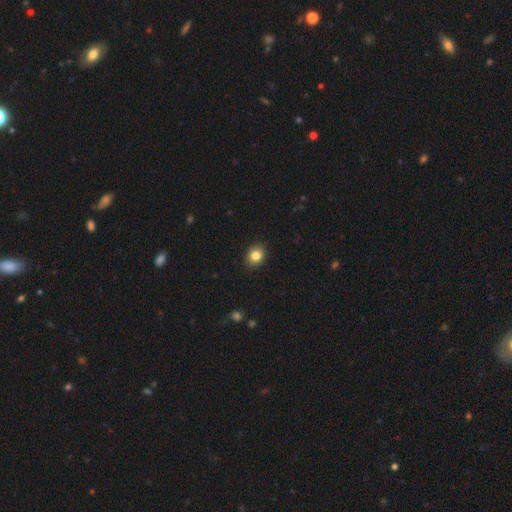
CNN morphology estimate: Q: Smooth or featured?
A: smooth (84%); runner-up: star or artifact (10%)
Q: How rounded?
A: round (60%); runner-up: in between (39%)
Q: Merging?
A: none (89%); runner-up: minor disturbance (8%)